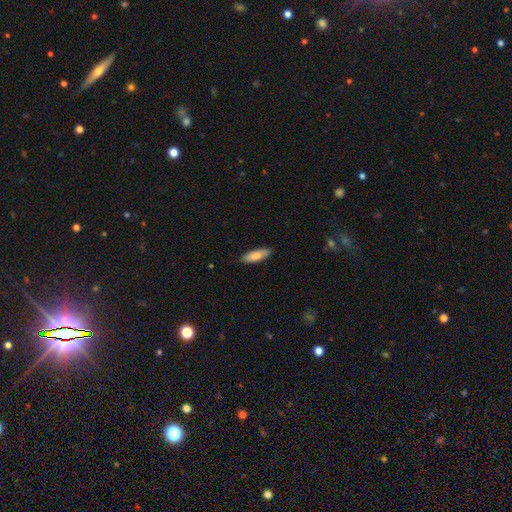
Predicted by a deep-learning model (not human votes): The model was most divided on "how rounded": in between: 56%, cigar-shaped: 43%, round: 2%. More confident: merging — none (88%); smooth or featured — smooth (83%).